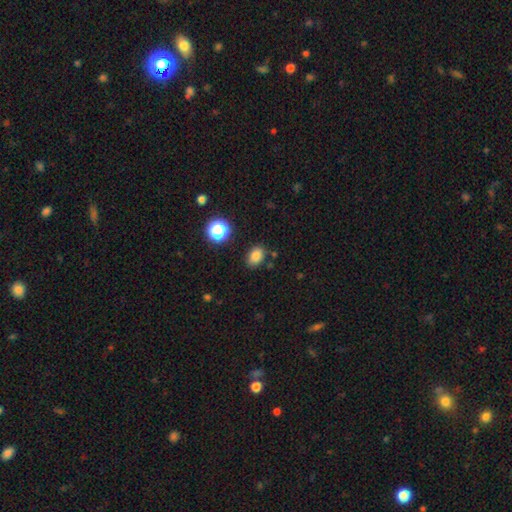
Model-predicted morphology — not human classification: Overall: smooth (81%). How rounded: in between (73%). Merging: none (81%).